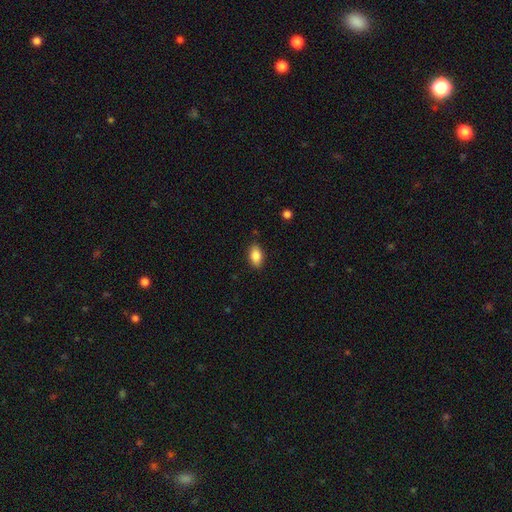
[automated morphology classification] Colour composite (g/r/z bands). It shows a smooth galaxy with no disk features (86%) that is in between round and cigar-shaped (92%). Merging: none (87%).